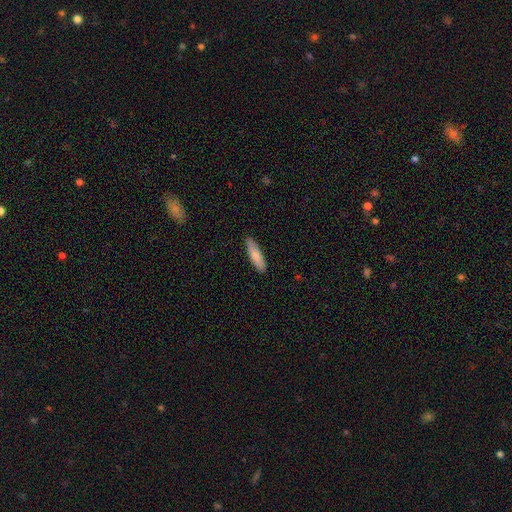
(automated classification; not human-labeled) Smooth or featured?
  - smooth: 81% *
  - featured or disk: 14%
  - star or artifact: 5%
How rounded?
  - cigar-shaped: 72% *
  - in between: 27%
  - round: 1%
Merging?
  - none: 88% *
  - minor disturbance: 9%
  - major disturbance: 2%
  - merger: 1%